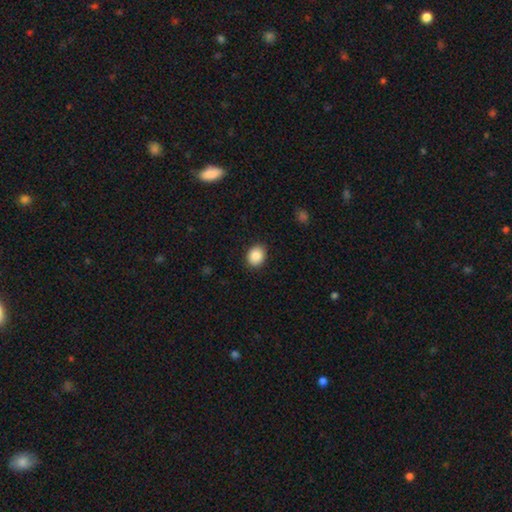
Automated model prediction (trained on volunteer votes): Morphology: type=smooth (87%); roundness=round (53%); merging=none (89%).